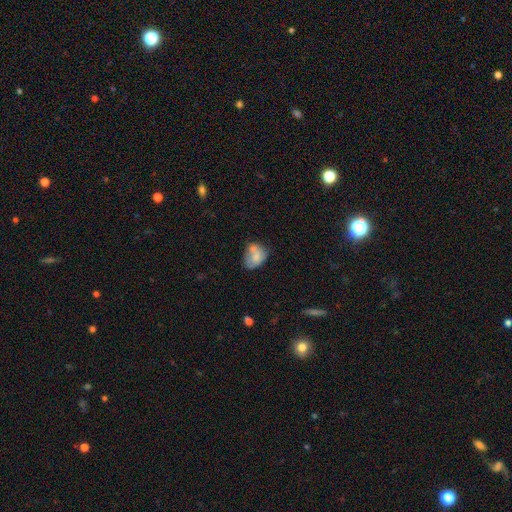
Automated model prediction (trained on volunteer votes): Q: Smooth or featured?
A: smooth (70%); runner-up: featured or disk (21%)
Q: How rounded?
A: in between (63%); runner-up: round (36%)
Q: Merging?
A: none (36%); runner-up: merger (29%)